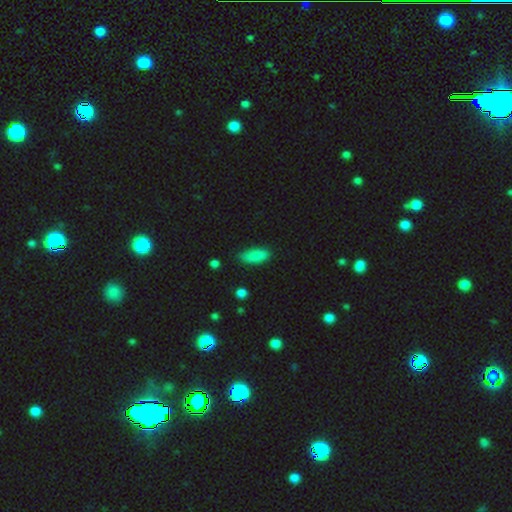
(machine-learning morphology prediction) This is clearly a smooth galaxy (87%). How rounded: likely in between (75%). Merging: likely none (76%).